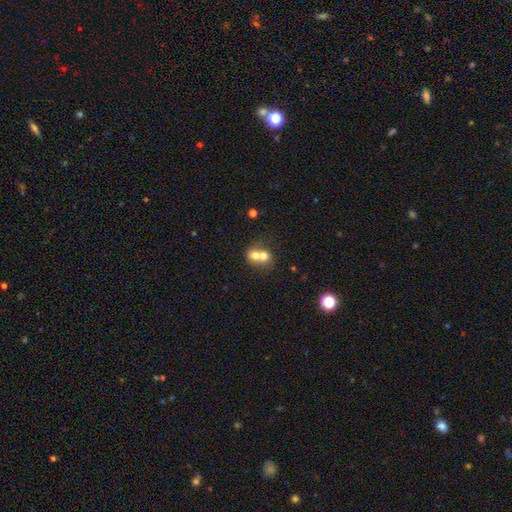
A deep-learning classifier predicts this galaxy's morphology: This appears to be a smooth galaxy with no disk features (67%) that is round (66%). Merging: merger (71%).